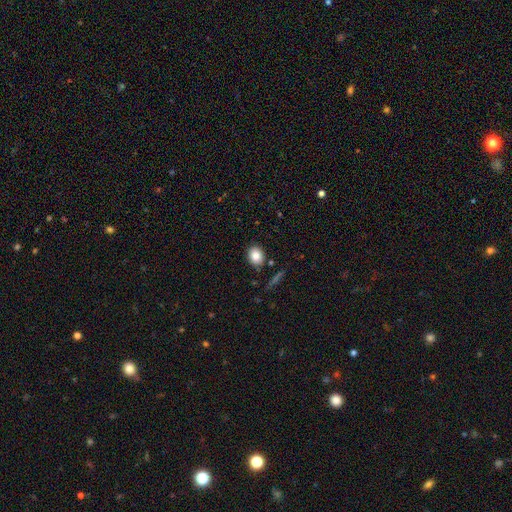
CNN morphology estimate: This is clearly a smooth galaxy (83%). How rounded: possibly in between (50%). Merging: clearly none (85%).